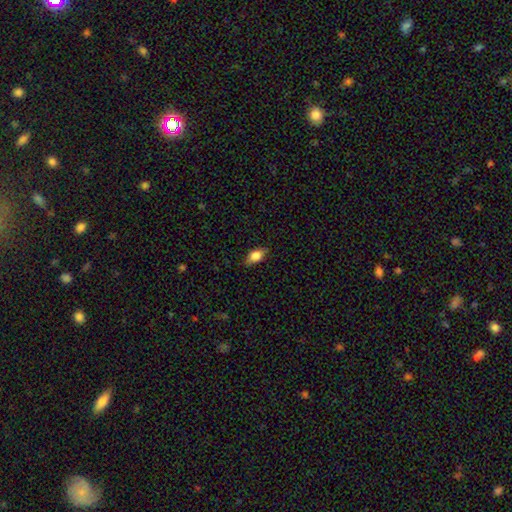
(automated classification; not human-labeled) This appears to be a smooth galaxy with no disk features (75%) that is in between round and cigar-shaped (80%). Merging: none (80%).